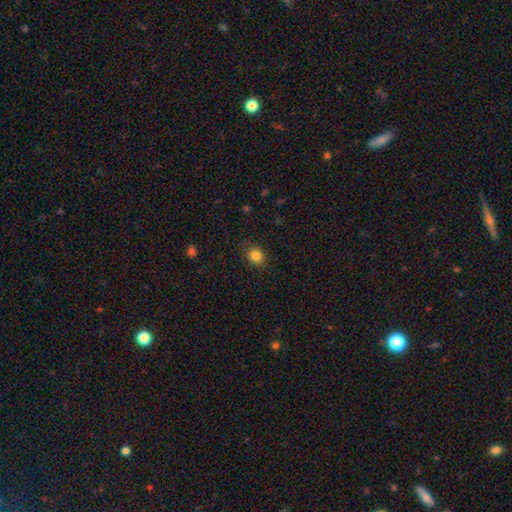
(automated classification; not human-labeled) The model was most divided on "how rounded": round: 69%, in between: 30%, cigar-shaped: 1%. More confident: merging — none (88%); smooth or featured — smooth (84%).